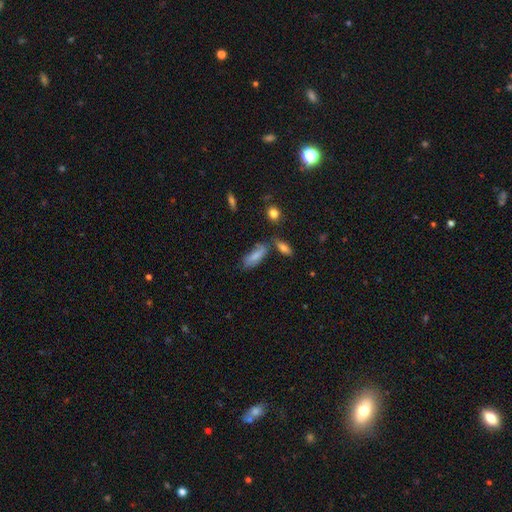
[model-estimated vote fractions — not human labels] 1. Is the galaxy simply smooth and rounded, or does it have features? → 78% smooth, 14% featured or disk, 7% star or artifact.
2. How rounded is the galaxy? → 68% in between, 29% cigar-shaped, 2% round.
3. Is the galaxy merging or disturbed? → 57% none, 22% minor disturbance, 13% merger, 7% major disturbance.